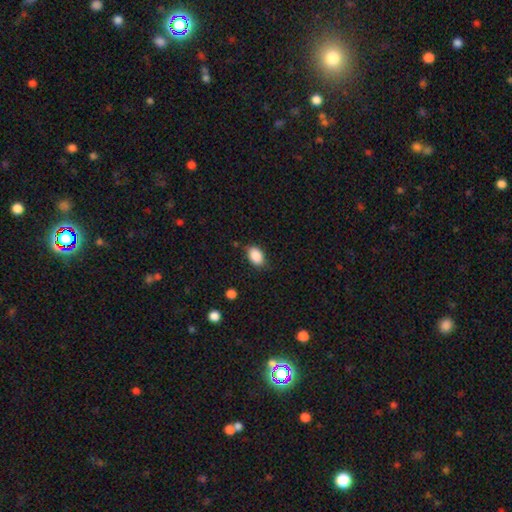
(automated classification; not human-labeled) A smooth galaxy with no disk features (88%) that is in between round and cigar-shaped (86%).

Vote fractions:
- Smooth or featured? smooth: 88% / star or artifact: 7% / featured or disk: 5%
- How rounded? in between: 86% / round: 12% / cigar-shaped: 1%
- Merging? none: 74% / minor disturbance: 20% / major disturbance: 4% / merger: 2%